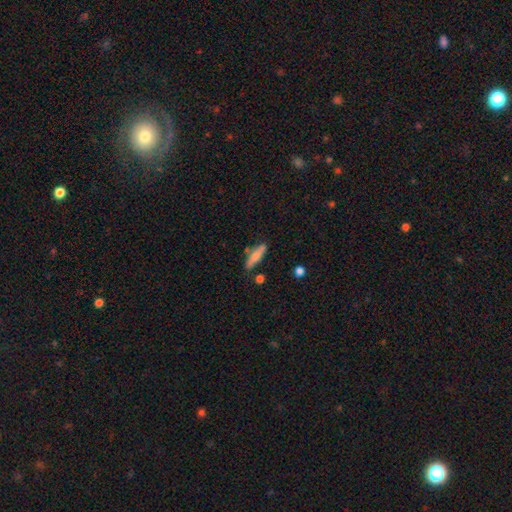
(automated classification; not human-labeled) smooth_or_featured: smooth (p=0.73) [alt: featured or disk p=0.20]
how_rounded: cigar-shaped (p=0.72) [alt: in between p=0.26]
merging: none (p=0.74) [alt: minor disturbance p=0.16]